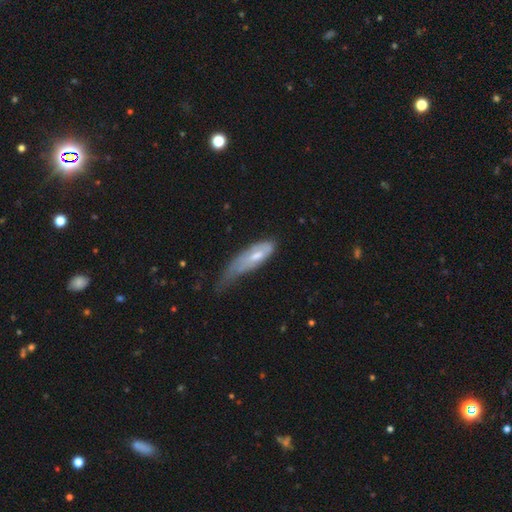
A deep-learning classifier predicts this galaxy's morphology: smooth_or_featured: smooth (p=0.55) [alt: featured or disk p=0.39]
how_rounded: in between (p=0.55) [alt: cigar-shaped p=0.43]
merging: major disturbance (p=0.43) [alt: minor disturbance p=0.37]